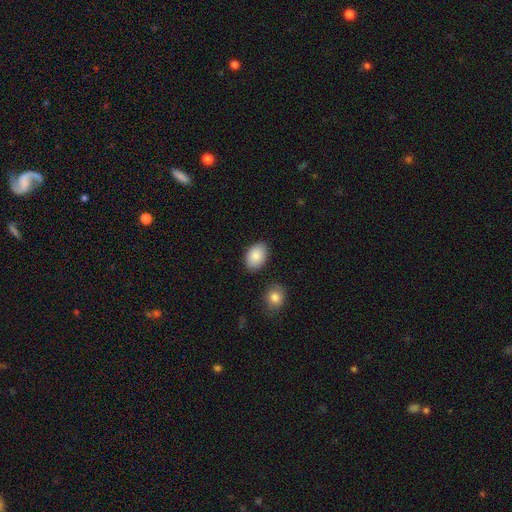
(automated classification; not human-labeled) Q: Smooth or featured?
A: smooth (87%); runner-up: featured or disk (7%)
Q: How rounded?
A: in between (89%); runner-up: round (10%)
Q: Merging?
A: none (84%); runner-up: minor disturbance (10%)